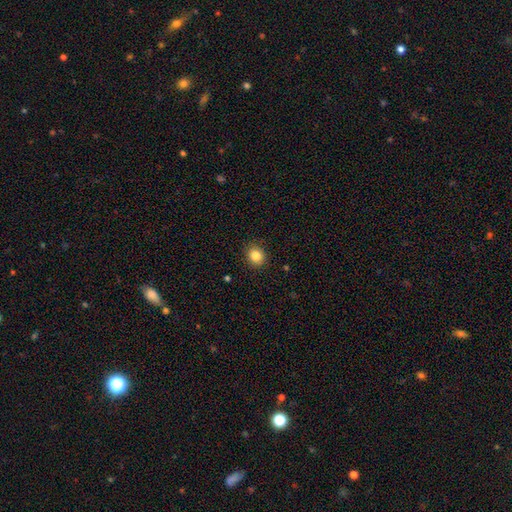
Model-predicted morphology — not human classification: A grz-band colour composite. It shows a smooth galaxy with no disk features (85%) that is round (78%). Merging: none (90%).